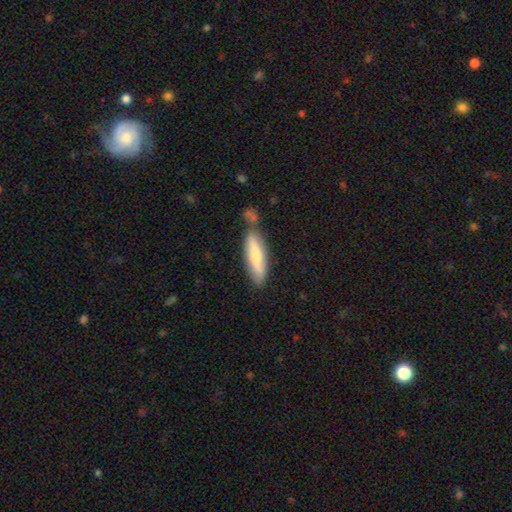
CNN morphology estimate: Q: Smooth or featured?
A: smooth (61%); runner-up: featured or disk (33%)
Q: How rounded?
A: cigar-shaped (59%); runner-up: in between (39%)
Q: Merging?
A: none (65%); runner-up: minor disturbance (18%)